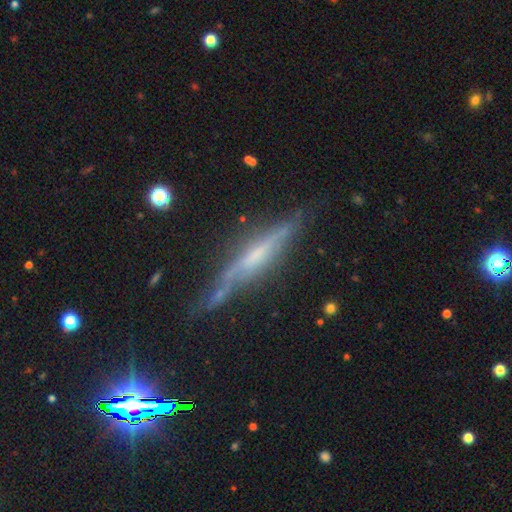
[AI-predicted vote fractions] smooth_or_featured: featured or disk (p=0.70) [alt: smooth p=0.20]
disk_edge_on: yes (p=0.92) [alt: no p=0.08]
edge_on_bulge: none (p=0.41) [alt: rounded p=0.34]
merging: none (p=0.69) [alt: minor disturbance p=0.21]